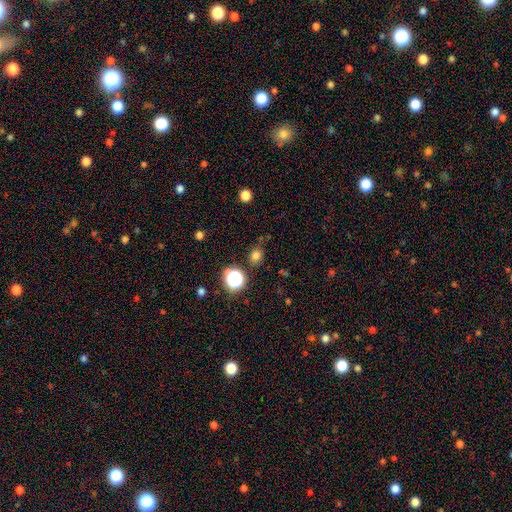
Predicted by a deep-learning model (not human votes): Smooth or featured: smooth — 74% (star or artifact — 20%)
How rounded: round — 70% (in between — 29%)
Merging: none — 75% (minor disturbance — 16%)